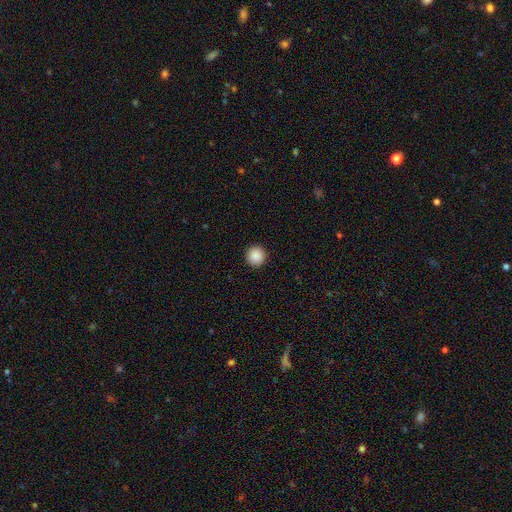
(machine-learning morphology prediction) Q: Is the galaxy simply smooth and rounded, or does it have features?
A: smooth — 89%.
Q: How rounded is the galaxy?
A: round — 95%.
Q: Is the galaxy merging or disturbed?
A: none — 93%.